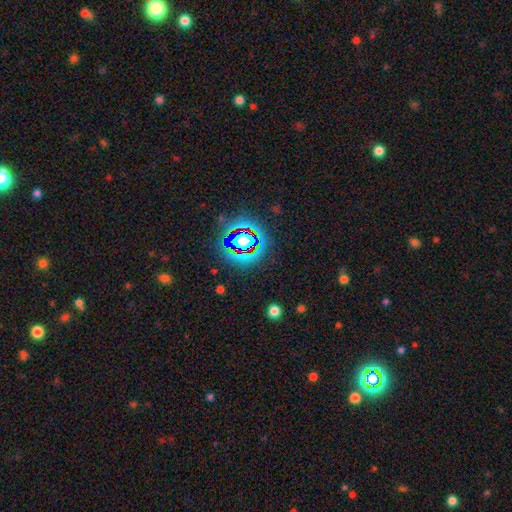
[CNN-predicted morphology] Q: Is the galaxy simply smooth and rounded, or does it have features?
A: star or artifact — 78%.